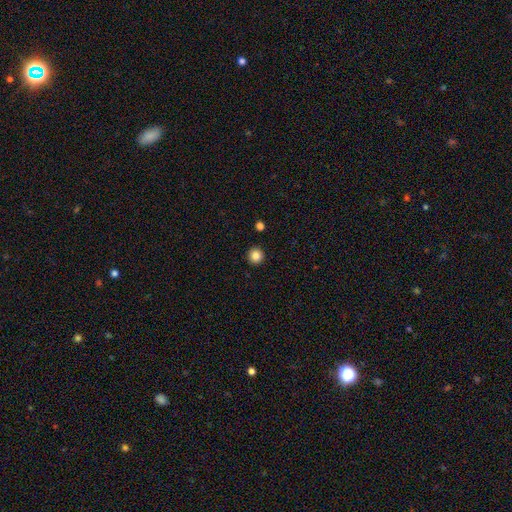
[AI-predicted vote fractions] Overall: smooth (85%). How rounded: round (95%). Merging: none (93%).